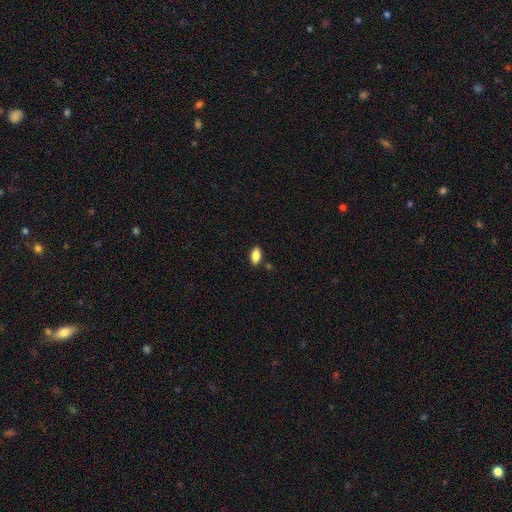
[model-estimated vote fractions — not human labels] A smooth galaxy with no disk features (88%) that is in between round and cigar-shaped (91%). Merging: none (84%).